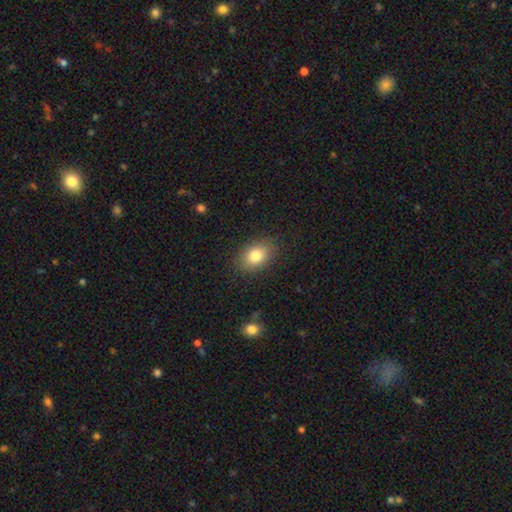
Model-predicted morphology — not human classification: smooth_or_featured: smooth (p=0.82) [alt: featured or disk p=0.09]
how_rounded: in between (p=0.76) [alt: round p=0.22]
merging: none (p=0.85) [alt: minor disturbance p=0.10]